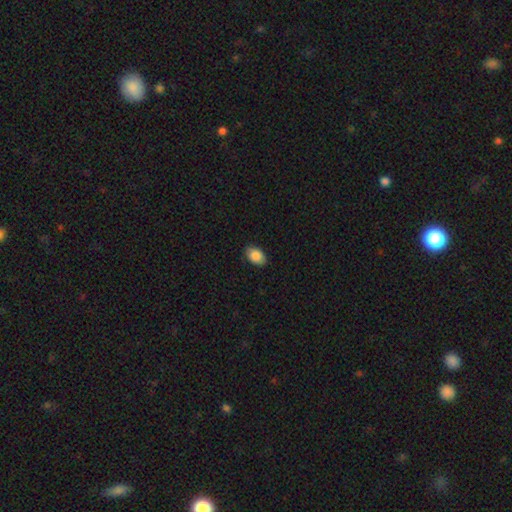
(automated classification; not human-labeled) Morphology: type=smooth (88%); roundness=in between (88%); merging=none (87%).